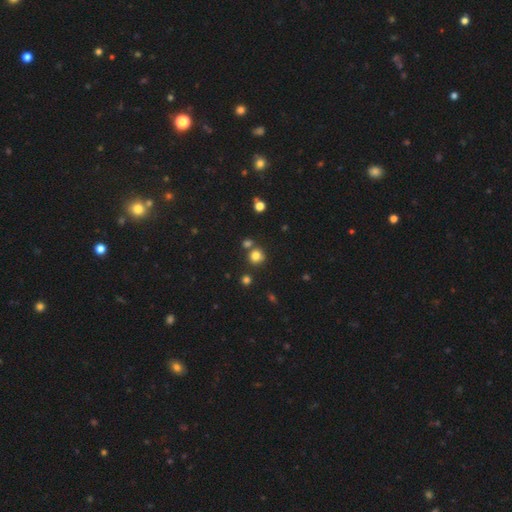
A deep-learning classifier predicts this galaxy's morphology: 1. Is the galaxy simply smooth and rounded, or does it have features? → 79% smooth, 15% star or artifact, 6% featured or disk.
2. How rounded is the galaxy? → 87% round, 12% in between, 1% cigar-shaped.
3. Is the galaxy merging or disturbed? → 72% none, 16% merger, 9% minor disturbance, 3% major disturbance.